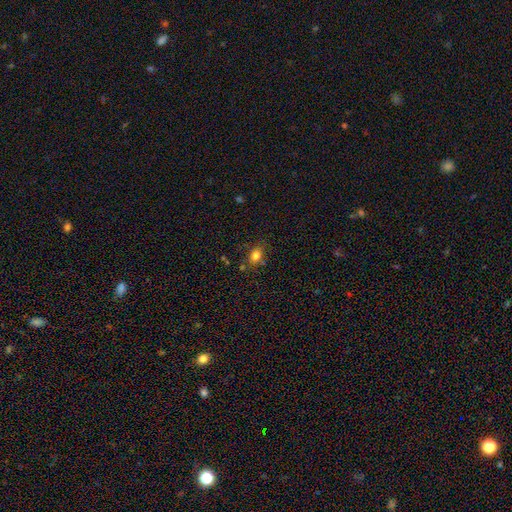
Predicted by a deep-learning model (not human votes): Overall: smooth (79%). How rounded: in between (65%; round 33%). Merging: none (74%).